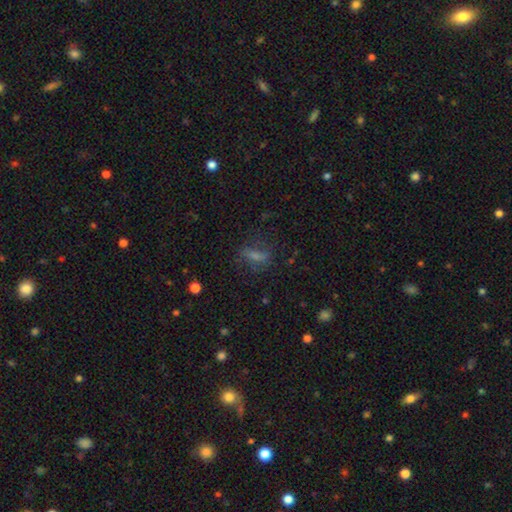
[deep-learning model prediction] This appears to be a smooth galaxy with no disk features (53%) that is in between round and cigar-shaped (47%). Merging: none (66%).